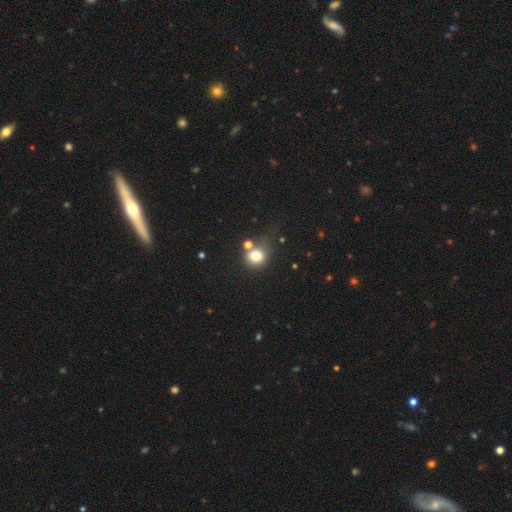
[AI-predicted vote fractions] Morphology: type=smooth (79%); roundness=round (83%); merging=none (60%).